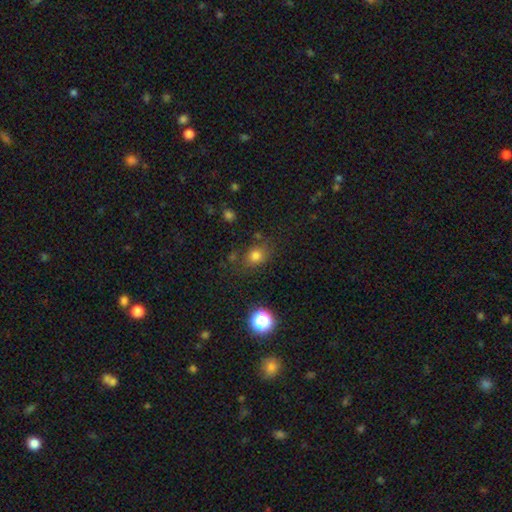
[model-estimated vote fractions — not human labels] A smooth galaxy with no disk features (75%) that is round (61%).

Vote fractions:
- Smooth or featured? smooth: 75% / star or artifact: 17% / featured or disk: 8%
- How rounded? round: 61% / in between: 38% / cigar-shaped: 1%
- Merging? none: 73% / minor disturbance: 16% / major disturbance: 6% / merger: 4%